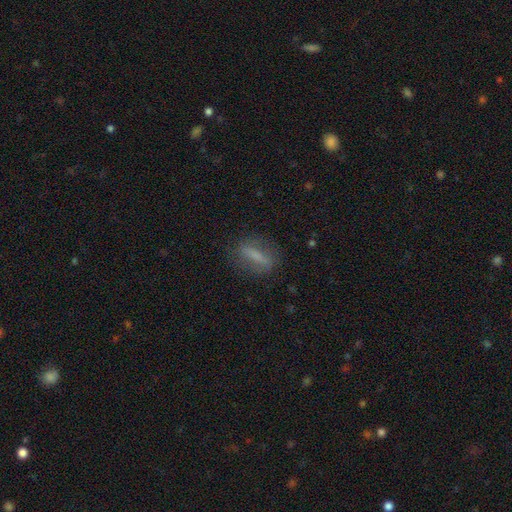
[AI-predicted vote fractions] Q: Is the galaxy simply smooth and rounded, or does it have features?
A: smooth — 60%.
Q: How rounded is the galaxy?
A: cigar-shaped — 55%.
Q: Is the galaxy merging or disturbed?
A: none — 80%.